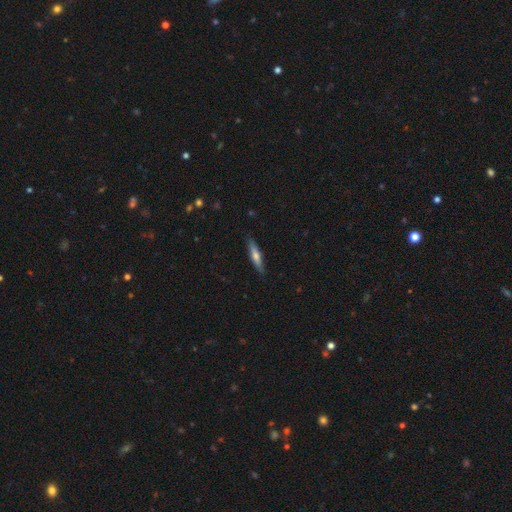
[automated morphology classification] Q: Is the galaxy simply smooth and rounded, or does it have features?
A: smooth — 55%.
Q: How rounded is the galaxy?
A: cigar-shaped — 86%.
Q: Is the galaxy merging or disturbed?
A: none — 88%.